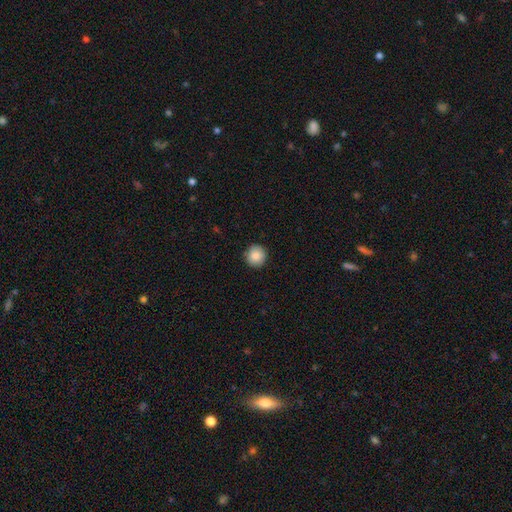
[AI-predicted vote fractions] A smooth galaxy with no disk features (86%) that is round (95%). Merging: none (91%).